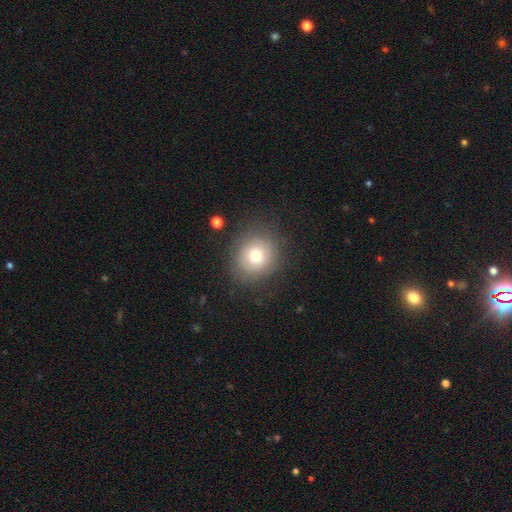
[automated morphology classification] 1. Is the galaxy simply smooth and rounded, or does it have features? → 75% smooth, 14% featured or disk, 11% star or artifact.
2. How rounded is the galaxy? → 77% round, 22% in between, 1% cigar-shaped.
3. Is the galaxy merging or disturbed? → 82% none, 12% minor disturbance, 4% major disturbance, 2% merger.